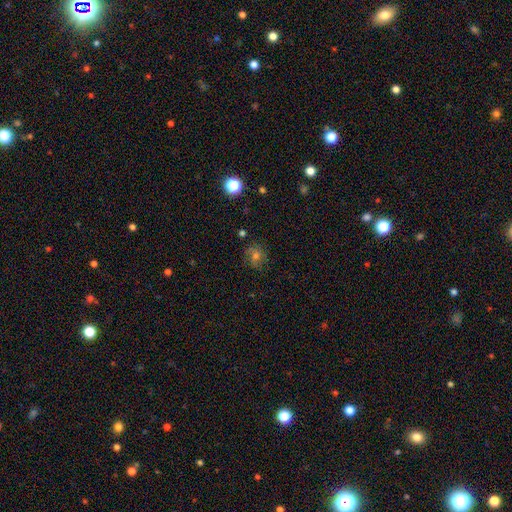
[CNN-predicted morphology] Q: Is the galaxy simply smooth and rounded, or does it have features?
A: smooth — 50%.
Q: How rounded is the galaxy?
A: round — 81%.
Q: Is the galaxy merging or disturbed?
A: none — 79%.